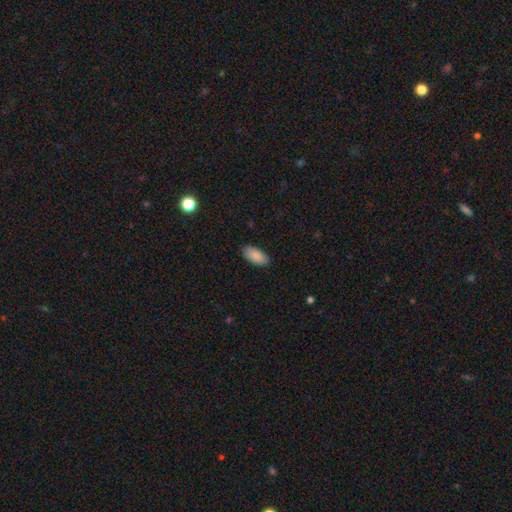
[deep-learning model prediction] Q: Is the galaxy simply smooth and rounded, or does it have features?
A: smooth — 89%.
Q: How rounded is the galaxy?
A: in between — 94%.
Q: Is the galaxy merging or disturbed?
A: none — 88%.